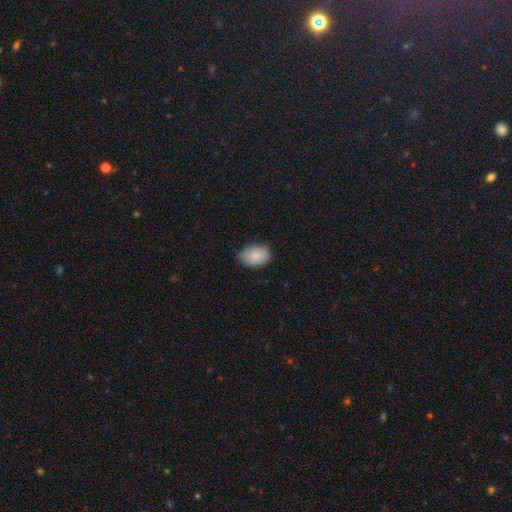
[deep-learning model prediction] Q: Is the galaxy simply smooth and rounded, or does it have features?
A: smooth — 84%.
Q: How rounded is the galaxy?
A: in between — 83%.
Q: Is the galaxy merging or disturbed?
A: none — 76%.